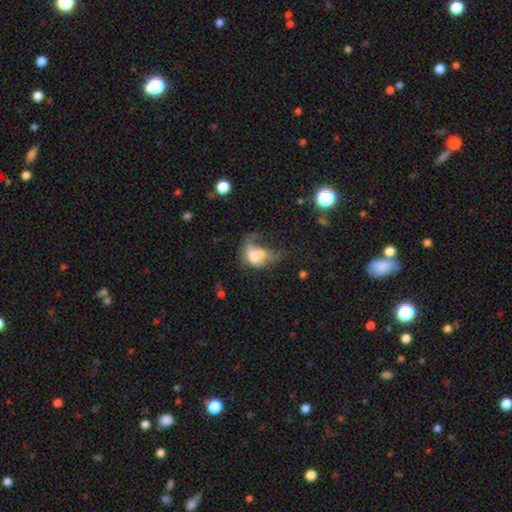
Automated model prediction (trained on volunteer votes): A smooth galaxy with no disk features (50%). Merging: major disturbance (41%).